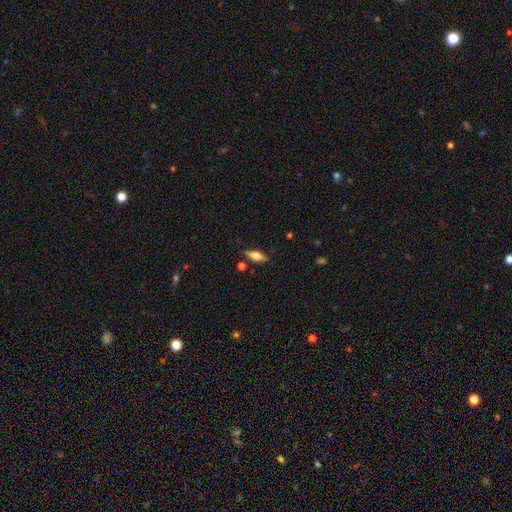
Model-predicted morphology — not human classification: A smooth galaxy with no disk features (49%).

Vote fractions:
- Smooth or featured? smooth: 49% / featured or disk: 43% / star or artifact: 8%
- Merging? none: 81% / minor disturbance: 13% / major disturbance: 3% / merger: 3%